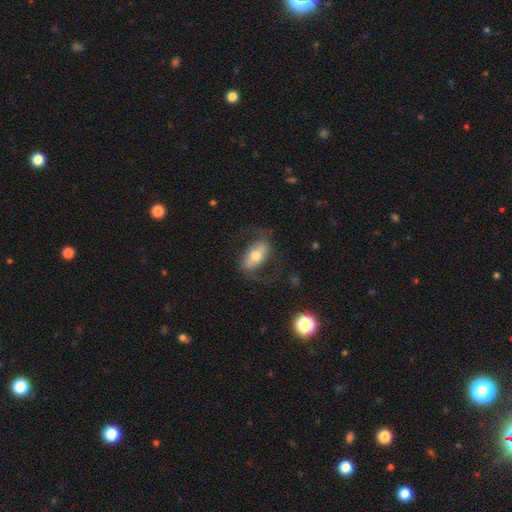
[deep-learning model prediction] Smooth or featured? featured or disk (57%)
Edge-on disk? no (89%)
Bar? strong (39%)
Spiral arms? yes (78%)
Bulge size? moderate (67%)
Merging? none (67%)